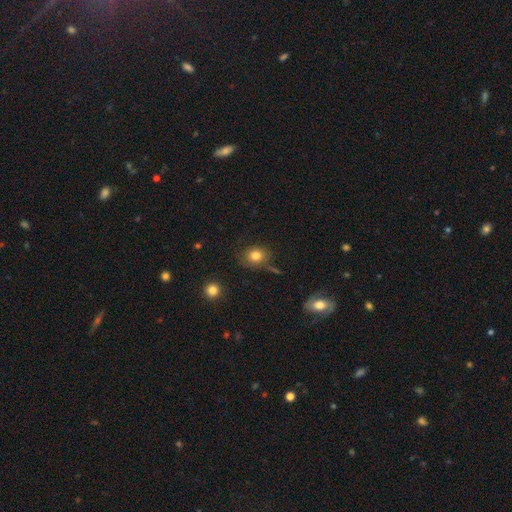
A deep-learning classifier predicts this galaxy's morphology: A smooth galaxy with no disk features (82%) that is round (67%).

Vote fractions:
- Smooth or featured? smooth: 82% / star or artifact: 10% / featured or disk: 8%
- How rounded? round: 67% / in between: 32% / cigar-shaped: 1%
- Merging? none: 70% / minor disturbance: 18% / major disturbance: 7% / merger: 5%